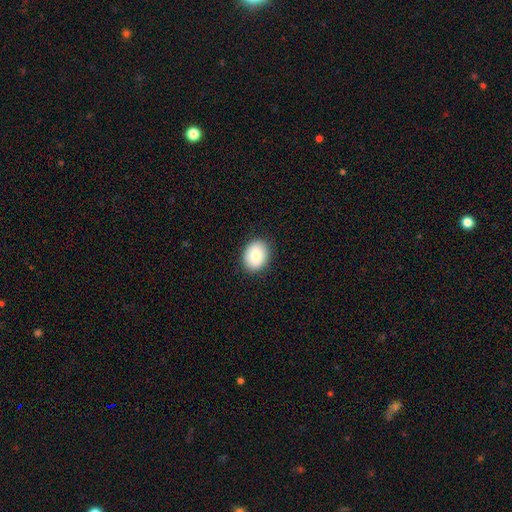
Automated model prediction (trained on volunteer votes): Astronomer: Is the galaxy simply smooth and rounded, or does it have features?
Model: smooth — 80%.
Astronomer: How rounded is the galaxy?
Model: round — 51% (runner-up: in between, 48%).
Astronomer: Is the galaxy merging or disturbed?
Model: none — 89%.